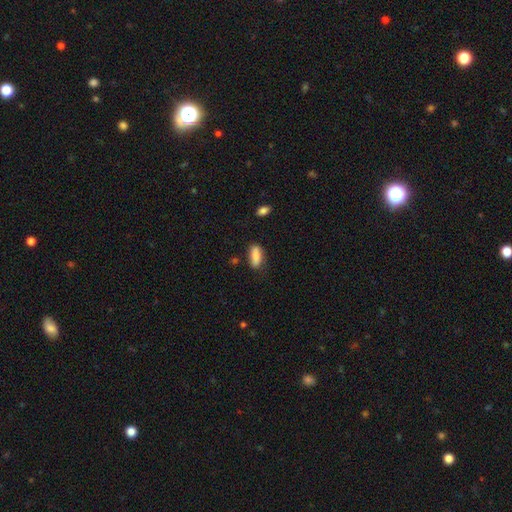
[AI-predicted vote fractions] Overall: smooth (85%). How rounded: in between (70%). Merging: none (71%).